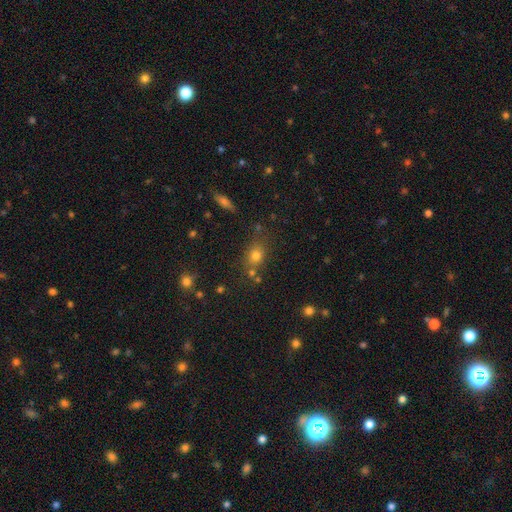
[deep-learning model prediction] smooth-or-featured: smooth: 73% | star or artifact: 17% | featured or disk: 10%
  how-rounded: round: 49% (tied) | in between: 49% (tied) | cigar-shaped: 2%
  merging: none: 69% | minor disturbance: 14% | merger: 11% | major disturbance: 5%